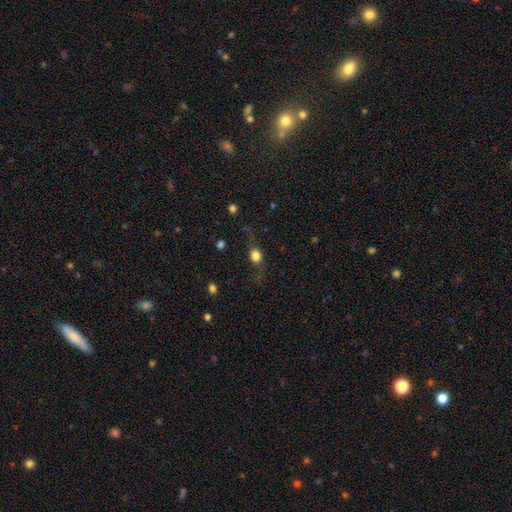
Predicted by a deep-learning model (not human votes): A smooth galaxy with no disk features (73%) that is round (58%).

Vote fractions:
- Smooth or featured? smooth: 73% / featured or disk: 15% / star or artifact: 12%
- How rounded? round: 58% / in between: 38% / cigar-shaped: 4%
- Merging? none: 65% / minor disturbance: 19% / major disturbance: 14% / merger: 2%